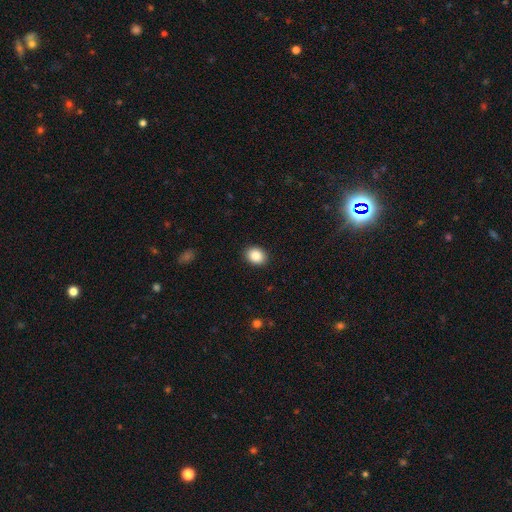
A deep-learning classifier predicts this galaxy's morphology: Smooth or featured?
  - smooth: 87% *
  - star or artifact: 8%
  - featured or disk: 4%
How rounded?
  - in between: 52% *
  - round: 47%
  - cigar-shaped: 1%
Merging?
  - none: 91% *
  - minor disturbance: 7%
  - major disturbance: 2%
  - merger: 1%